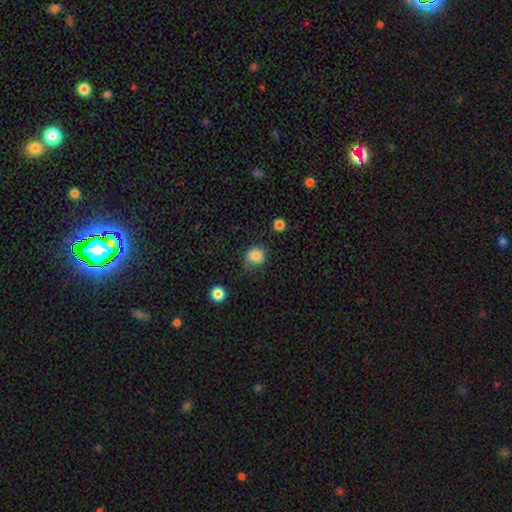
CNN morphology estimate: Overall: smooth (82%). How rounded: round (68%; in between 31%). Merging: none (52%; minor disturbance 33%).